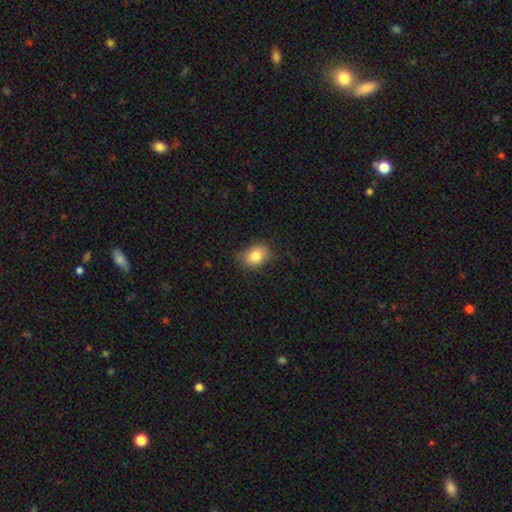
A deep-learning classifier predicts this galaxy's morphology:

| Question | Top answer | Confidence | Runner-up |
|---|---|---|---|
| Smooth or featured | smooth | 82% | featured or disk (9%) |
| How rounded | in between | 63% | round (36%) |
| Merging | none | 73% | minor disturbance (21%) |